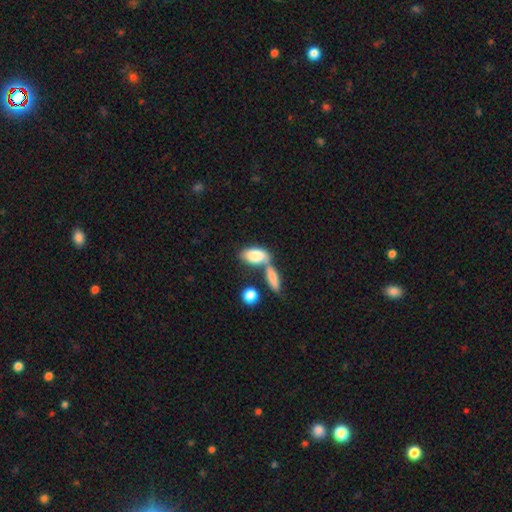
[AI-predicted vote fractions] smooth_or_featured: smooth (p=0.81) [alt: featured or disk p=0.12]
how_rounded: in between (p=0.89) [alt: cigar-shaped p=0.06]
merging: merger (p=0.44) [alt: none p=0.38]